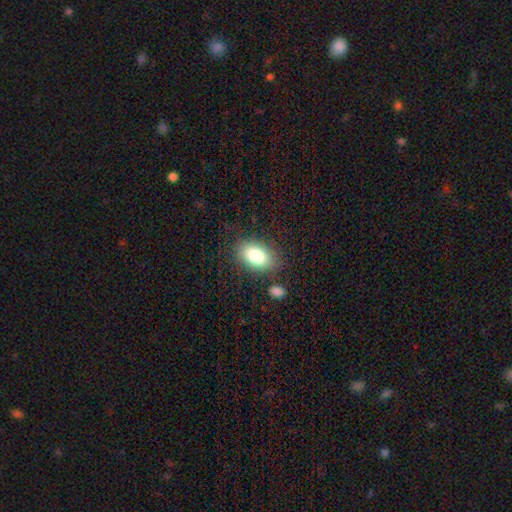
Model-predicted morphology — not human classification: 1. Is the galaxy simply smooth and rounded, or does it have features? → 83% smooth, 9% featured or disk, 8% star or artifact.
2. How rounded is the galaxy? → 91% in between, 6% round, 3% cigar-shaped.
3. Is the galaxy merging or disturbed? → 79% none, 13% minor disturbance, 4% major disturbance, 4% merger.